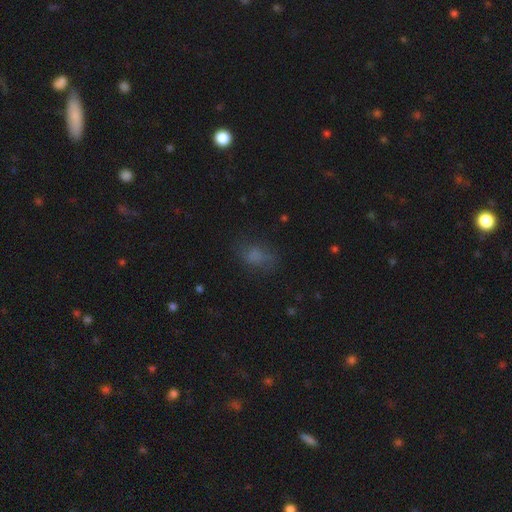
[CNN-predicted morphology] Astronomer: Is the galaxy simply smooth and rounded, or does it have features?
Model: smooth — 69%.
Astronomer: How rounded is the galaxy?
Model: in between — 72%.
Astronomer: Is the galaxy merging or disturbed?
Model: none — 60%.